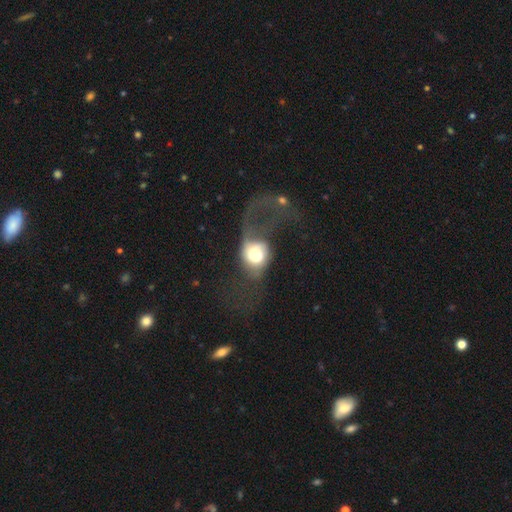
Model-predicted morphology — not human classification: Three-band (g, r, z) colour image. It shows a smooth galaxy with no disk features (54%) that is round (56%). Merging: major disturbance (68%).